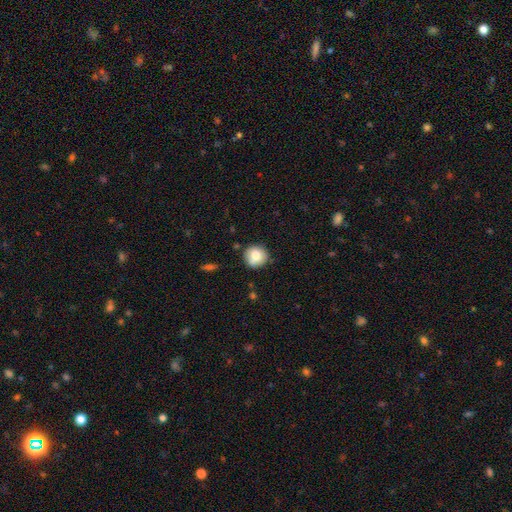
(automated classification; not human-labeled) Smooth or featured? Predicted: smooth (p=0.79). How rounded? Predicted: round (p=0.93). Merging? Predicted: none (p=0.83).